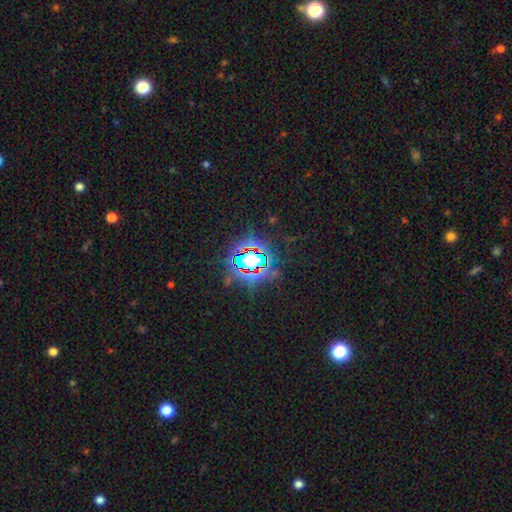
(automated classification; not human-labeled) A star or artifact, not a galaxy (79%).